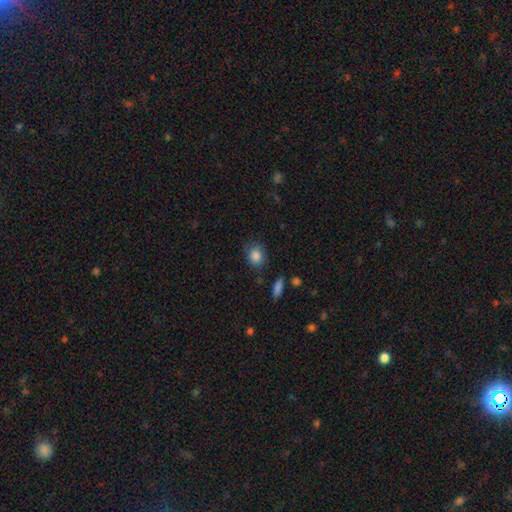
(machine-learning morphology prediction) type=smooth (85%); roundness=round (64%); merging=none (74%).